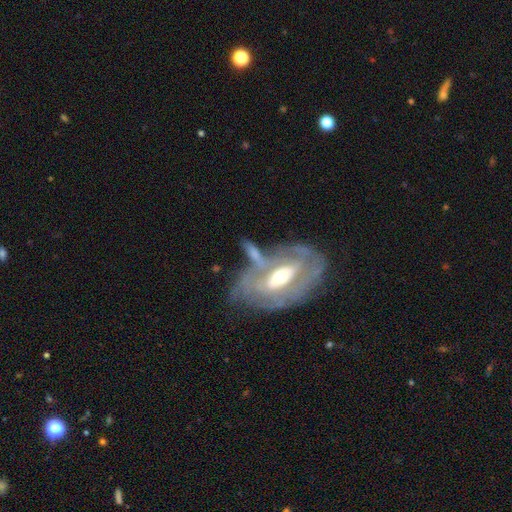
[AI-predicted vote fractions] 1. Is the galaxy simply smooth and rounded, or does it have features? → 64% featured or disk, 29% smooth, 6% star or artifact.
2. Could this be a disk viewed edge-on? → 83% no, 17% yes.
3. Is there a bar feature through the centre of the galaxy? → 50% no, 30% weak, 19% strong.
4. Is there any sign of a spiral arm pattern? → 57% yes, 43% no.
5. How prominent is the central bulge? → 63% moderate, 23% small, 10% large, 2% none, 2% dominant.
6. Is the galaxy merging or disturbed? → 39% none, 29% merger, 17% minor disturbance, 14% major disturbance.